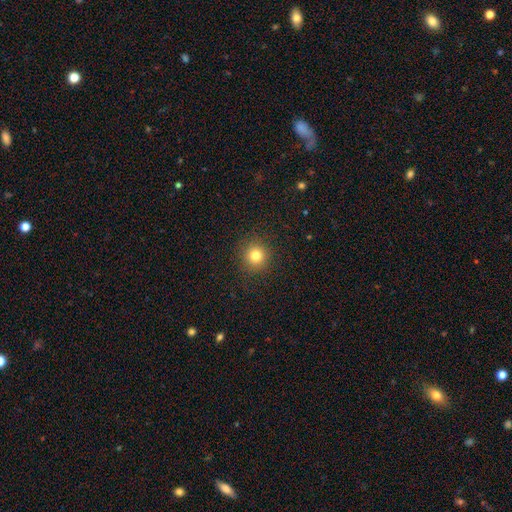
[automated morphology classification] A smooth galaxy with no disk features (80%) that is round (94%).

Vote fractions:
- Smooth or featured? smooth: 80% / star or artifact: 14% / featured or disk: 6%
- How rounded? round: 94% / in between: 5% / cigar-shaped: 1%
- Merging? none: 91% / minor disturbance: 5% / major disturbance: 2% / merger: 1%